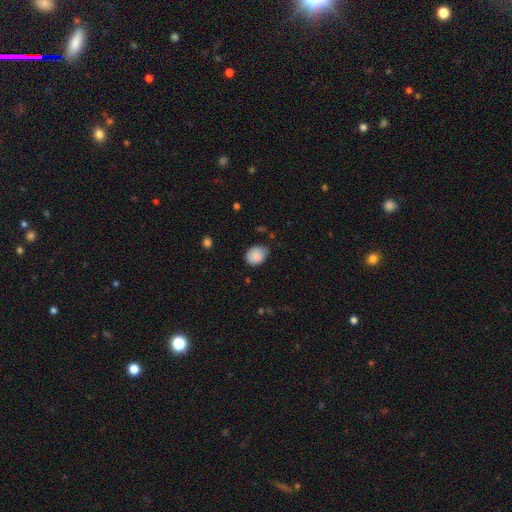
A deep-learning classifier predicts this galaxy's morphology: Smooth or featured: smooth — 86% (star or artifact — 8%)
How rounded: in between — 59% (round — 41%)
Merging: none — 58% (minor disturbance — 34%)